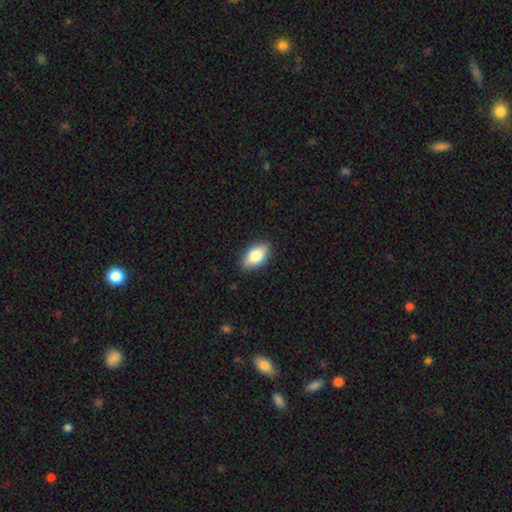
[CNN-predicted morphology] Smooth or featured?
  - smooth: 80% *
  - featured or disk: 13%
  - star or artifact: 7%
How rounded?
  - in between: 90% *
  - cigar-shaped: 6%
  - round: 5%
Merging?
  - none: 87% *
  - minor disturbance: 10%
  - major disturbance: 2%
  - merger: 1%